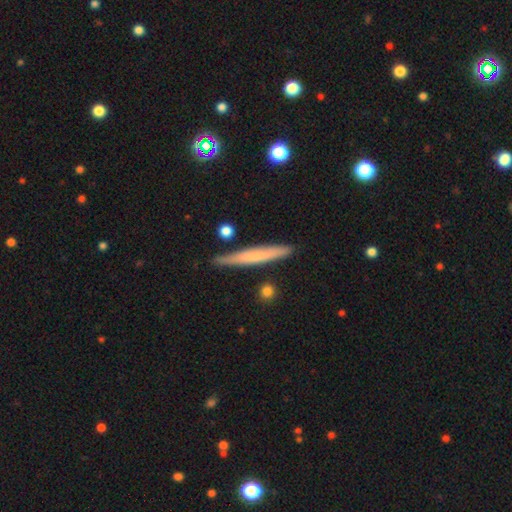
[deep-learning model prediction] Smooth or featured: smooth — 57% (featured or disk — 37%)
How rounded: cigar-shaped — 95% (in between — 3%)
Merging: none — 86% (minor disturbance — 10%)